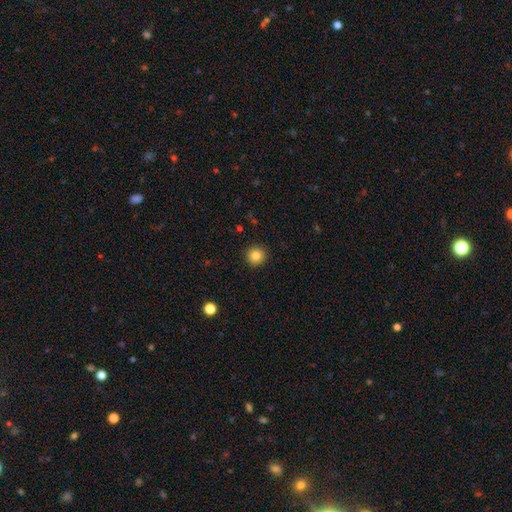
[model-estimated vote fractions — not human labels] Smooth or featured? smooth (83%)
How rounded? round (94%)
Merging? none (92%)